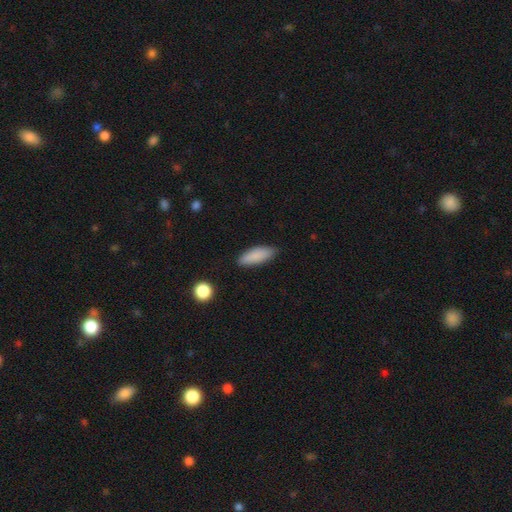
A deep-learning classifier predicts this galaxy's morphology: smooth 86%, featured or disk 7%, star or artifact 7%. Down the decision tree: how rounded — in between (63%); merging — none (82%).